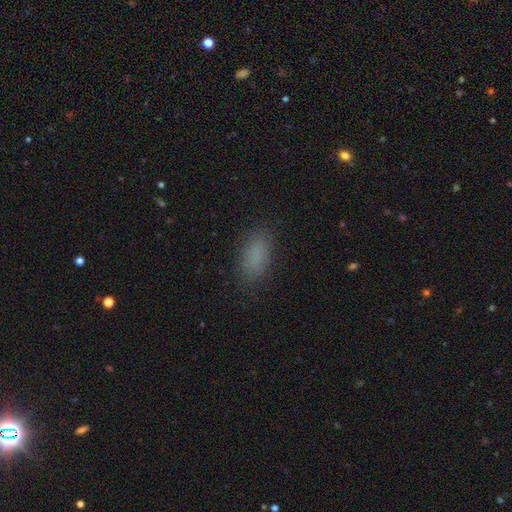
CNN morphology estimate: The model was most divided on "merging": none: 83%, minor disturbance: 12%, major disturbance: 4%, merger: 1%. More confident: how rounded — in between (89%); smooth or featured — smooth (84%).